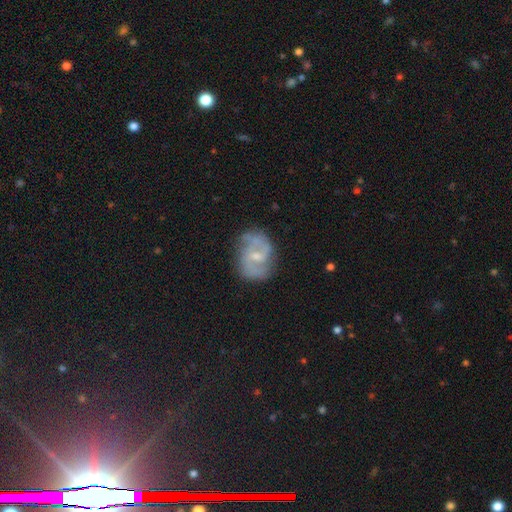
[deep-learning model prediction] Overall: featured or disk (82%). Edge-on disk: no (98%). Bar: weak (55%; no 33%). Spiral arms: yes (94%). Spiral arm count: 2 (85%). Spiral winding: medium (54%; loose 25%). Bulge size: small (58%; moderate 34%). Merging: none (72%).